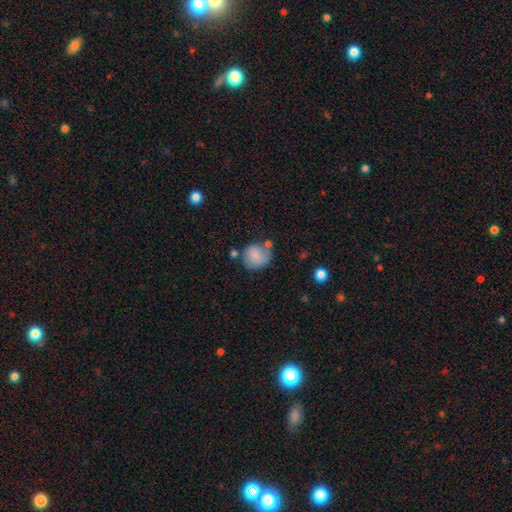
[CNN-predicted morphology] Smooth or featured?
  - smooth: 78% *
  - featured or disk: 14%
  - star or artifact: 8%
How rounded?
  - round: 81% *
  - in between: 18%
  - cigar-shaped: 1%
Merging?
  - none: 57% *
  - minor disturbance: 22%
  - merger: 12%
  - major disturbance: 9%